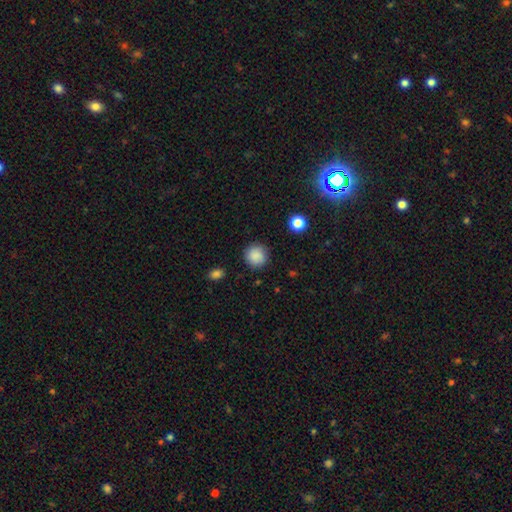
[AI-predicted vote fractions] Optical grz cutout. It shows a smooth galaxy with no disk features (87%) that is round (93%). Merging: none (86%).